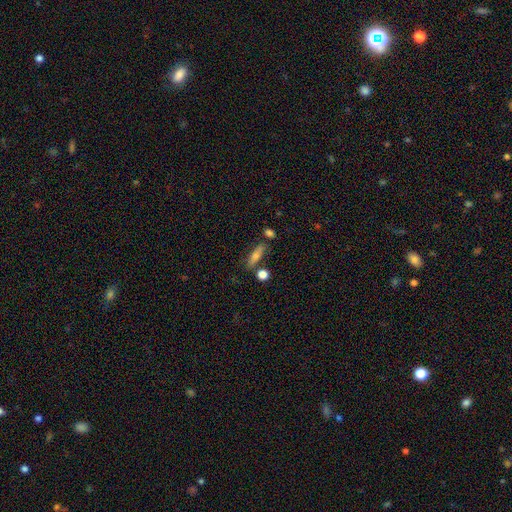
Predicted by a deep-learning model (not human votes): Overall: smooth (62%; featured or disk 28%). How rounded: cigar-shaped (57%; in between 39%). Merging: none (71%).